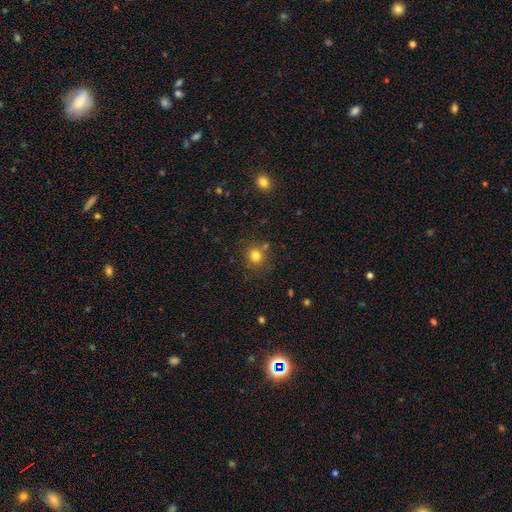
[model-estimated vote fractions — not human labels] Smooth or featured? Predicted: smooth (p=0.79). How rounded? Predicted: round (p=0.88). Merging? Predicted: none (p=0.78).